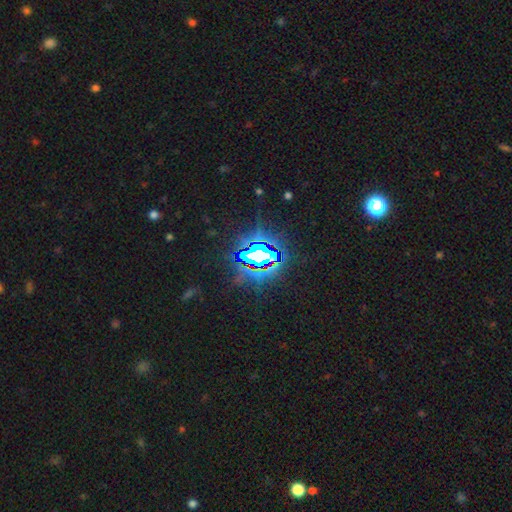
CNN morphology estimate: Smooth or featured? star or artifact (81%)